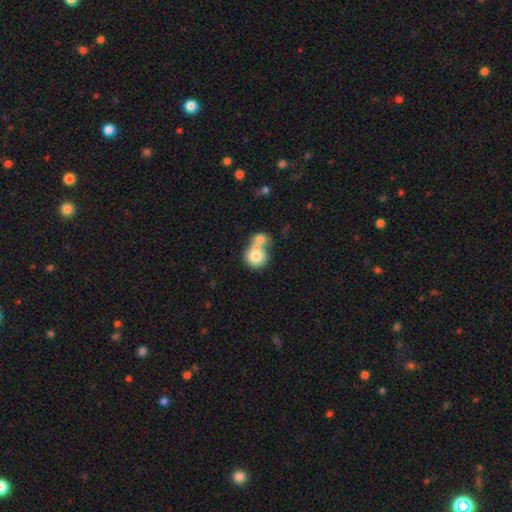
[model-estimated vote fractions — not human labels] Smooth or featured? Predicted: smooth (p=0.73). How rounded? Predicted: round (p=0.83). Merging? Predicted: merger (p=0.60).